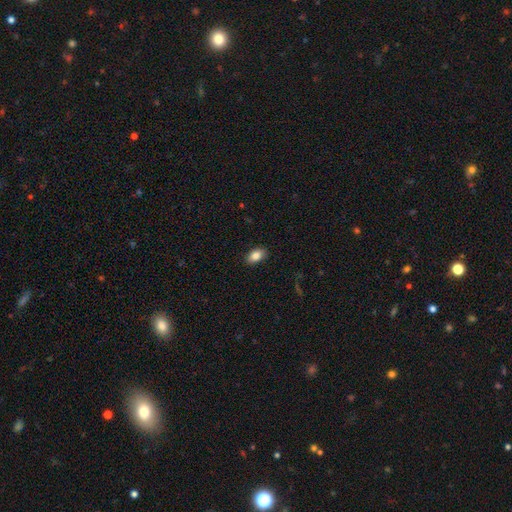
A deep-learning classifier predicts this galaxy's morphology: A smooth galaxy with no disk features (85%) that is in between round and cigar-shaped (90%).

Vote fractions:
- Smooth or featured? smooth: 85% / star or artifact: 8% / featured or disk: 7%
- How rounded? in between: 90% / round: 8% / cigar-shaped: 2%
- Merging? none: 89% / minor disturbance: 8% / major disturbance: 2% / merger: 1%